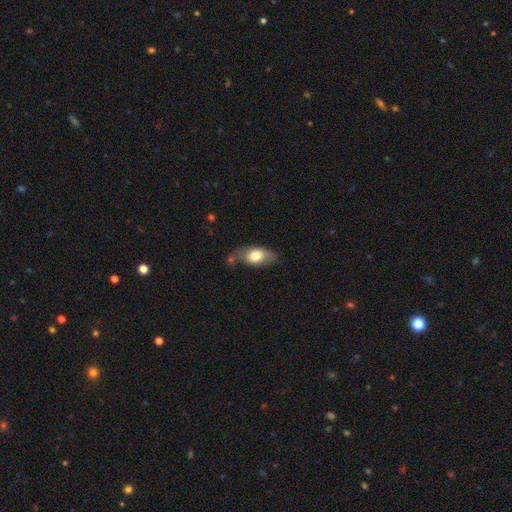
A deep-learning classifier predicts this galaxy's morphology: A smooth galaxy with no disk features (72%) that is in between round and cigar-shaped (87%). Merging: none (53%).